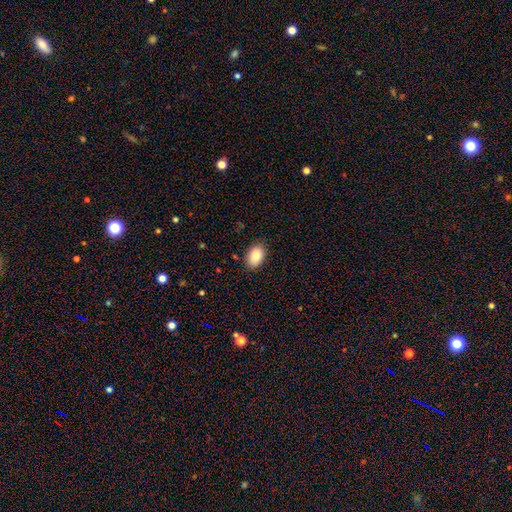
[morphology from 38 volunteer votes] This is clearly a smooth galaxy (82%). How rounded: clearly in between (81%). Merging: likely none (73%).